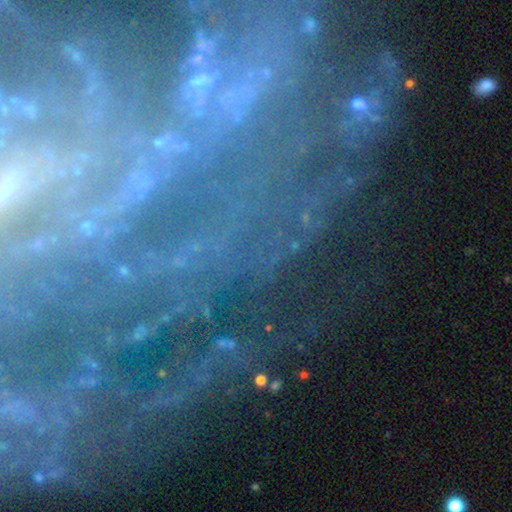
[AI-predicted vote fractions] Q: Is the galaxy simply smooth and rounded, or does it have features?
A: featured or disk — 63%.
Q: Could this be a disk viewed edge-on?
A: no — 91%.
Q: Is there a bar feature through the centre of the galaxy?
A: no — 41%.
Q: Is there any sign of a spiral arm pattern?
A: yes — 88%.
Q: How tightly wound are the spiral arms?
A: tight — 72%.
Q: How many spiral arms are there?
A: can't tell — 30%.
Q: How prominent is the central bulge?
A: small — 61%.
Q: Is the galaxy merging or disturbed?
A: none — 71%.